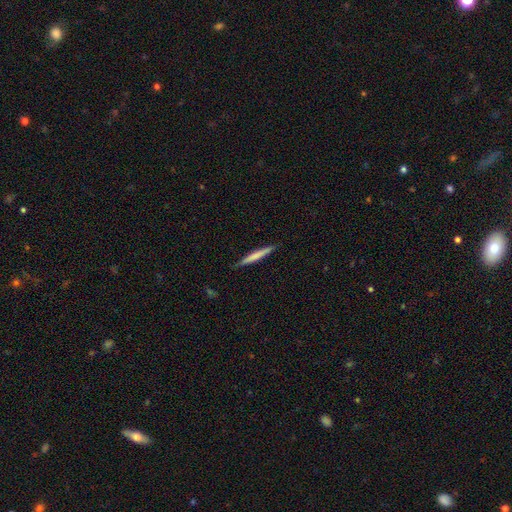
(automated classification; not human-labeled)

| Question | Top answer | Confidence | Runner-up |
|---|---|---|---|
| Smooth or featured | smooth | 61% | featured or disk (33%) |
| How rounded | cigar-shaped | 96% | in between (3%) |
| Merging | none | 88% | minor disturbance (9%) |